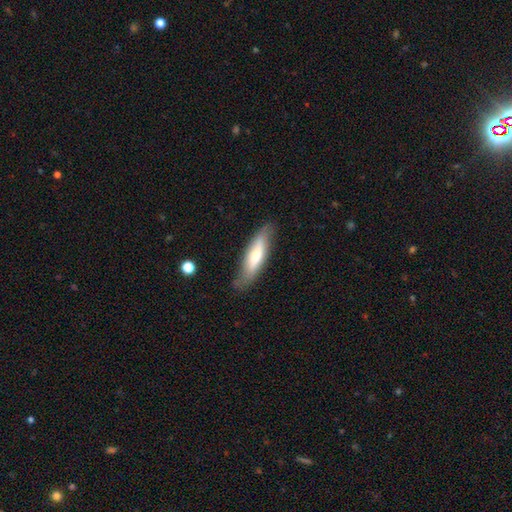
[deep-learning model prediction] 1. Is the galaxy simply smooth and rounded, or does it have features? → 64% smooth, 30% featured or disk, 6% star or artifact.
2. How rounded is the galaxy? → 63% cigar-shaped, 36% in between, 2% round.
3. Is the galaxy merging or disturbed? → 76% none, 18% minor disturbance, 4% major disturbance, 2% merger.